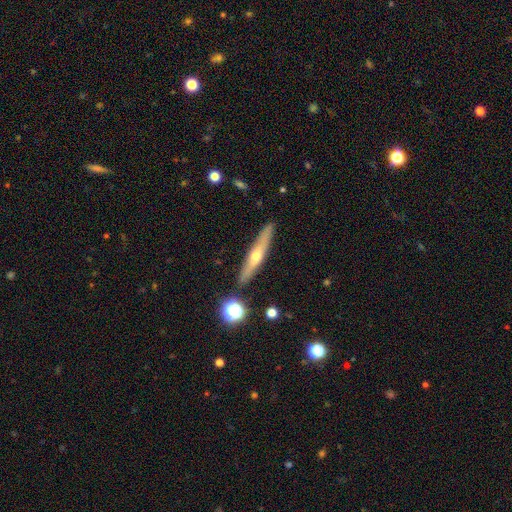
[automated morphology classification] Smooth or featured? featured or disk (61%)
Edge-on disk? yes (92%)
Edge-on bulge? rounded (87%)
Merging? none (88%)